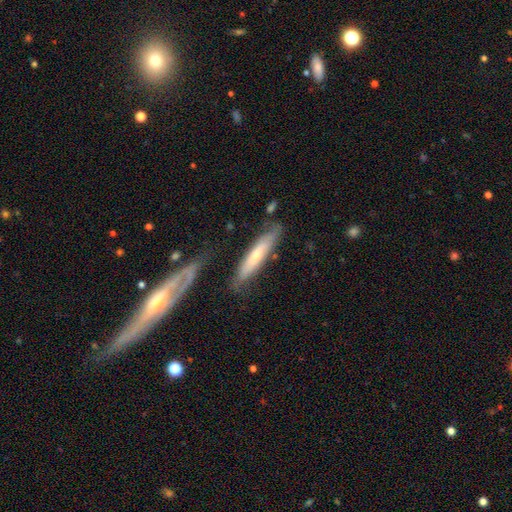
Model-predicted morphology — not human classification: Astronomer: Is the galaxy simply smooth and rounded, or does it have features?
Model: smooth — 50% (runner-up: featured or disk, 45%).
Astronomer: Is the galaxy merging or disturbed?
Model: none — 69%.